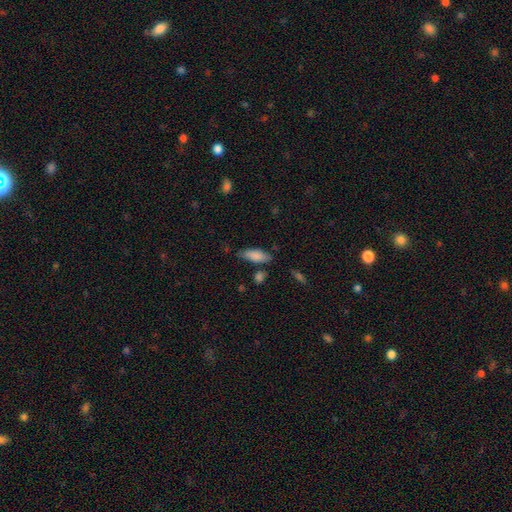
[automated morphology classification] Smooth or featured?
  - smooth: 83% *
  - featured or disk: 11%
  - star or artifact: 7%
How rounded?
  - in between: 69% *
  - cigar-shaped: 29%
  - round: 2%
Merging?
  - none: 70% *
  - minor disturbance: 20%
  - merger: 5%
  - major disturbance: 5%